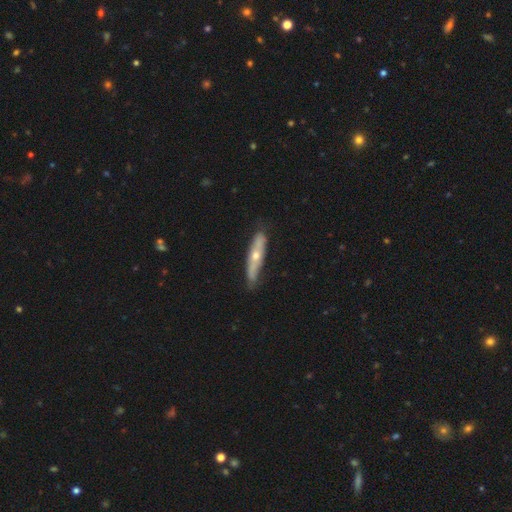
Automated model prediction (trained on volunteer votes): A featured or disk galaxy (55%) viewed edge-on (65%). Merging: none (74%).